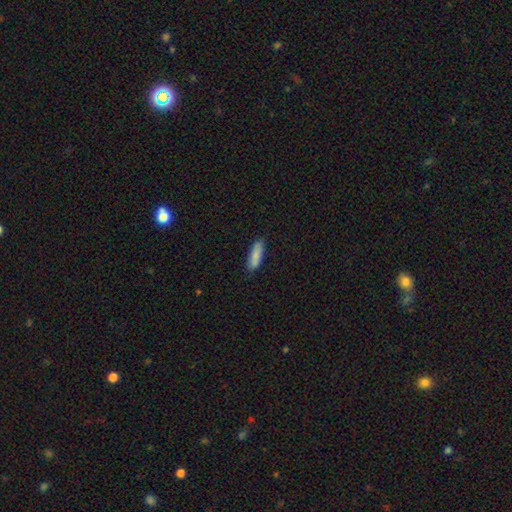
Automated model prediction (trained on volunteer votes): Smooth or featured: smooth — 84% (featured or disk — 10%)
How rounded: cigar-shaped — 50% (in between — 48%)
Merging: none — 83% (minor disturbance — 13%)